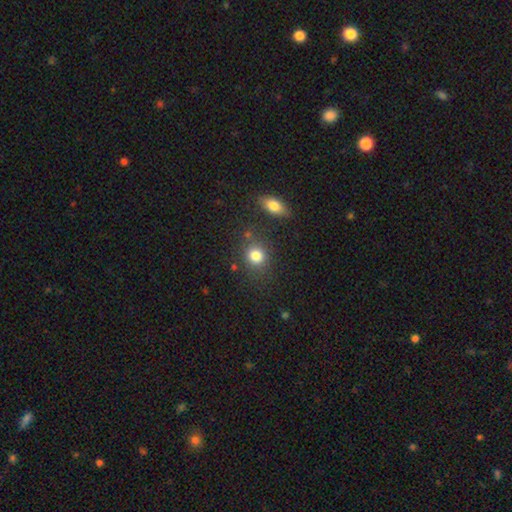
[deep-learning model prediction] A smooth galaxy with no disk features (82%) that is round (72%). Merging: none (74%).